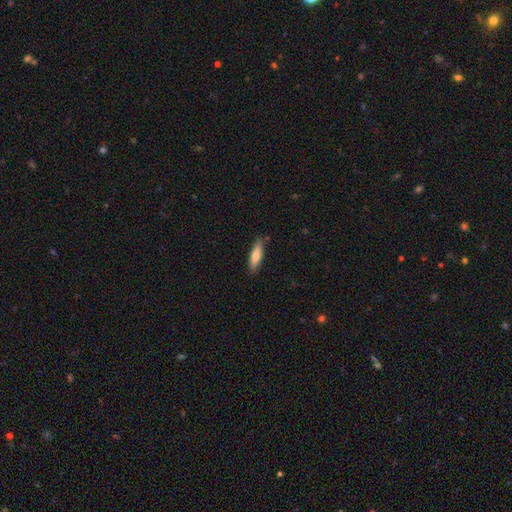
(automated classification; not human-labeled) Smooth or featured?
  - smooth: 76% *
  - featured or disk: 19%
  - star or artifact: 6%
How rounded?
  - cigar-shaped: 65% *
  - in between: 33%
  - round: 2%
Merging?
  - none: 83% *
  - minor disturbance: 13%
  - major disturbance: 2%
  - merger: 2%